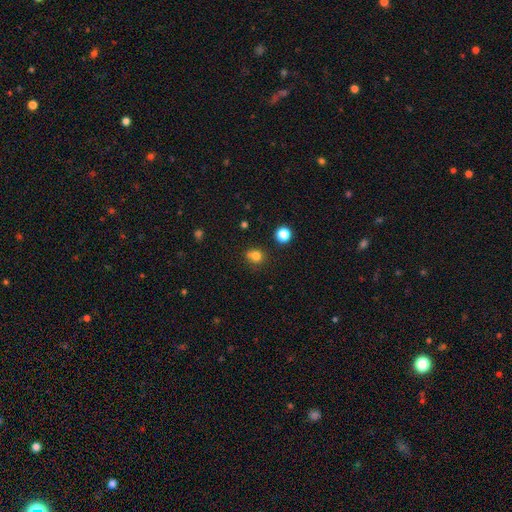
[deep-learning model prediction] smooth_or_featured: smooth (p=0.78) [alt: star or artifact p=0.15]
how_rounded: round (p=0.74) [alt: in between p=0.25]
merging: none (p=0.65) [alt: minor disturbance p=0.19]